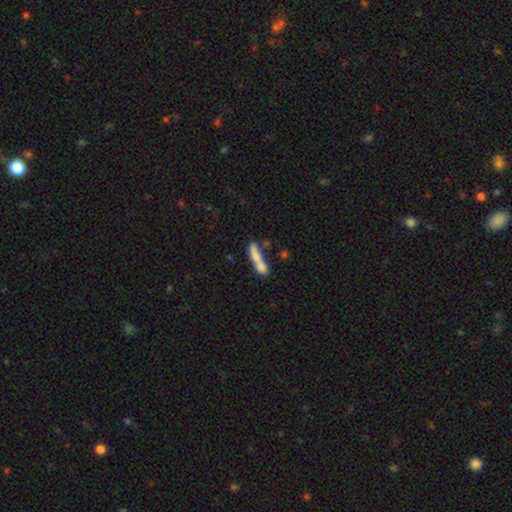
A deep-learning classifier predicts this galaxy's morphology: A smooth galaxy with no disk features (65%) that is cigar-shaped (68%). Merging: merger (50%).